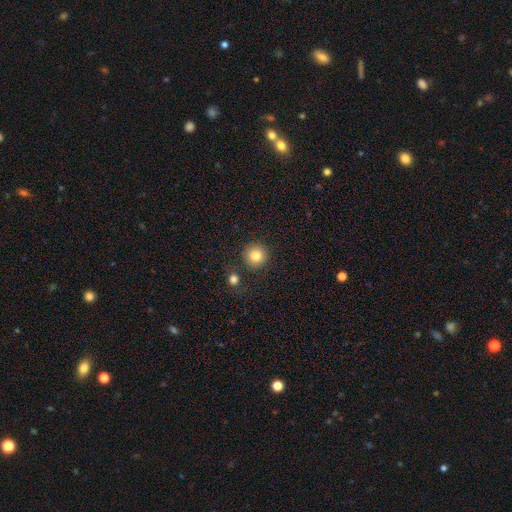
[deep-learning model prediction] Smooth or featured? smooth (82%)
How rounded? round (95%)
Merging? none (86%)